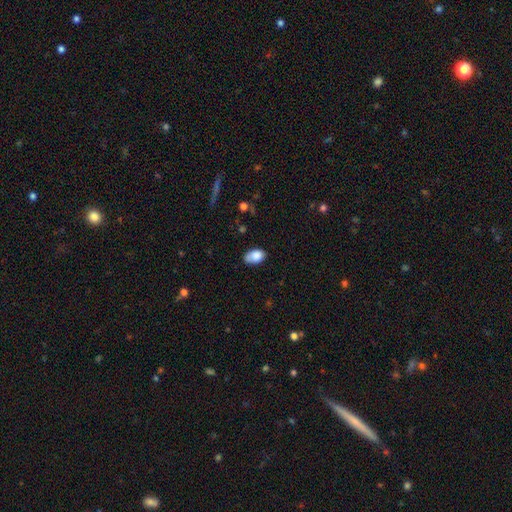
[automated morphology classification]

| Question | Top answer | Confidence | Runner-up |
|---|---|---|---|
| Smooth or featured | smooth | 84% | featured or disk (8%) |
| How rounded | in between | 90% | round (8%) |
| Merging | none | 65% | minor disturbance (27%) |